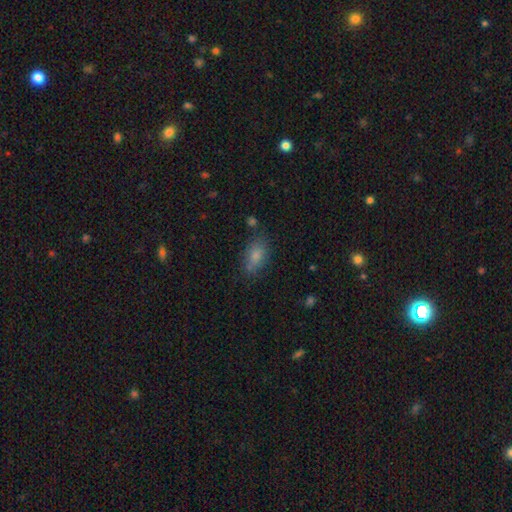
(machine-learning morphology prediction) A smooth galaxy with no disk features (79%) that is in between round and cigar-shaped (87%). Merging: none (72%).